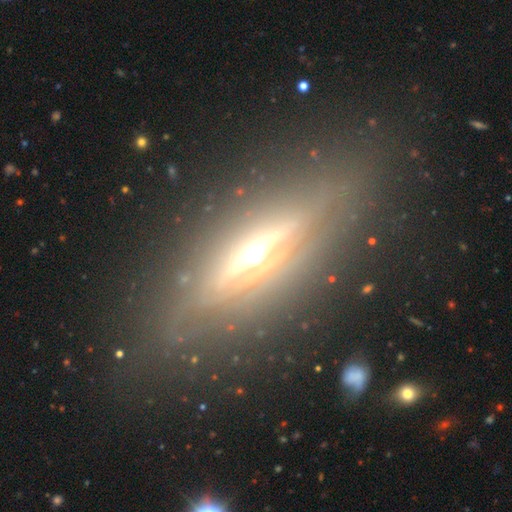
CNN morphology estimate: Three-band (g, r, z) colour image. It shows a featured or disk galaxy (76%) viewed edge-on (89%) with a rounded central bulge (88%). Merging: none (77%).